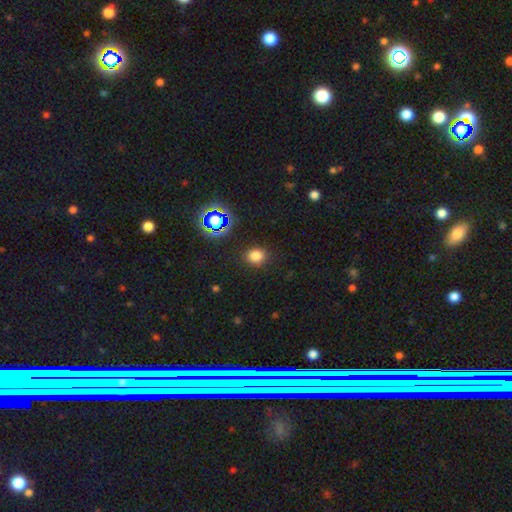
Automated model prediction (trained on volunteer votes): Smooth or featured: smooth — 76% (star or artifact — 18%)
How rounded: round — 59% (in between — 40%)
Merging: none — 88% (minor disturbance — 8%)